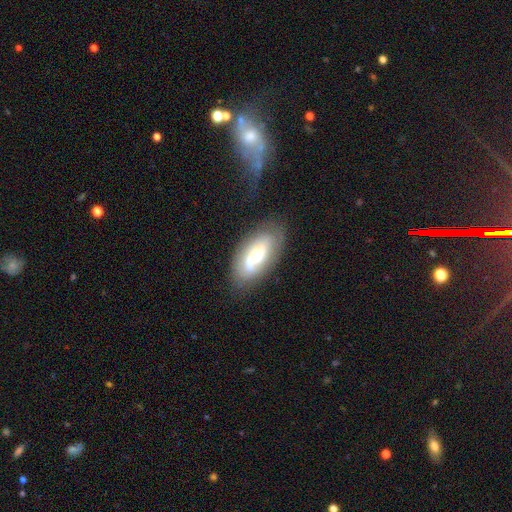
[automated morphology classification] type=featured or disk (66%); edge-on=no (91%); bar=no (56%); spiral arms=yes (78%); bulge=moderate (53%); merging=none (71%).